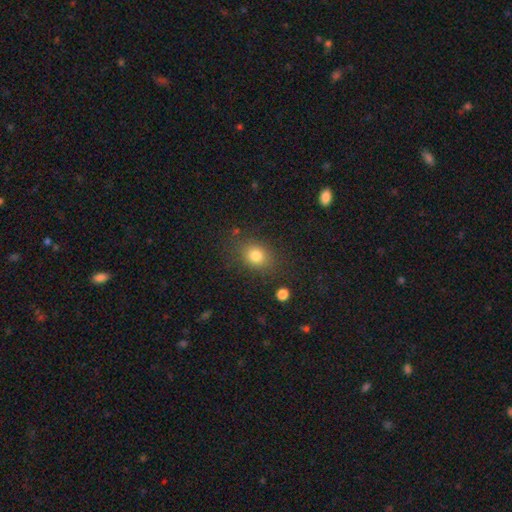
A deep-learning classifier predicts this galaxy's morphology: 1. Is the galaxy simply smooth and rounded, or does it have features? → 81% smooth, 12% star or artifact, 7% featured or disk.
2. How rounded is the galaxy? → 51% round, 48% in between, 1% cigar-shaped.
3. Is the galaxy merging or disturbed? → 80% none, 13% minor disturbance, 5% major disturbance, 3% merger.